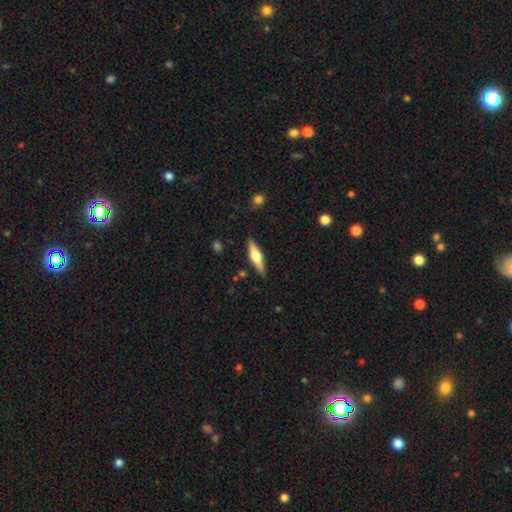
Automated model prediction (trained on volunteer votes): smooth_or_featured: featured or disk (p=0.58) [alt: smooth p=0.36]
disk_edge_on: yes (p=0.96) [alt: no p=0.04]
edge_on_bulge: rounded (p=0.91) [alt: boxy p=0.07]
merging: none (p=0.88) [alt: minor disturbance p=0.09]